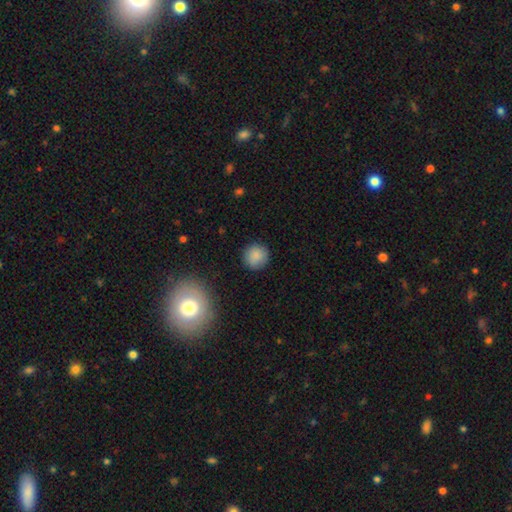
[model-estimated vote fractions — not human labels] Smooth or featured? Predicted: smooth (p=0.86). How rounded? Predicted: round (p=0.93). Merging? Predicted: none (p=0.88).